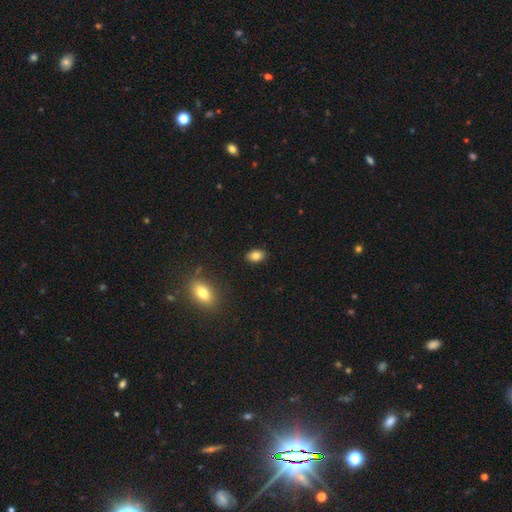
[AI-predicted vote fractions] A smooth galaxy with no disk features (84%) that is in between round and cigar-shaped (85%).

Vote fractions:
- Smooth or featured? smooth: 84% / star or artifact: 9% / featured or disk: 7%
- How rounded? in between: 85% / round: 14% / cigar-shaped: 2%
- Merging? none: 89% / minor disturbance: 8% / major disturbance: 2% / merger: 1%